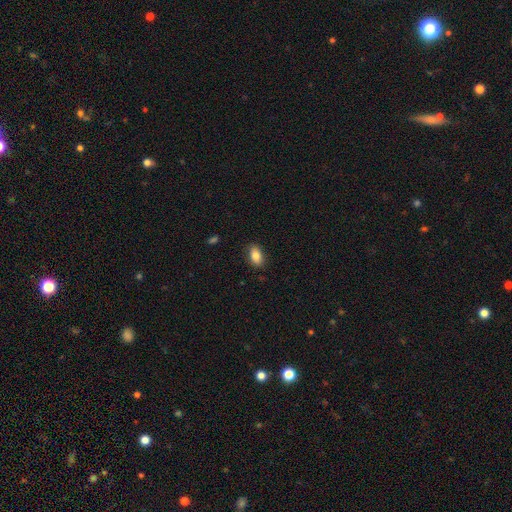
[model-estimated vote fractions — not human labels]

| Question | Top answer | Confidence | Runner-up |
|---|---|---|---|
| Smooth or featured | smooth | 84% | featured or disk (9%) |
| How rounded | in between | 89% | round (8%) |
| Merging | none | 87% | minor disturbance (10%) |